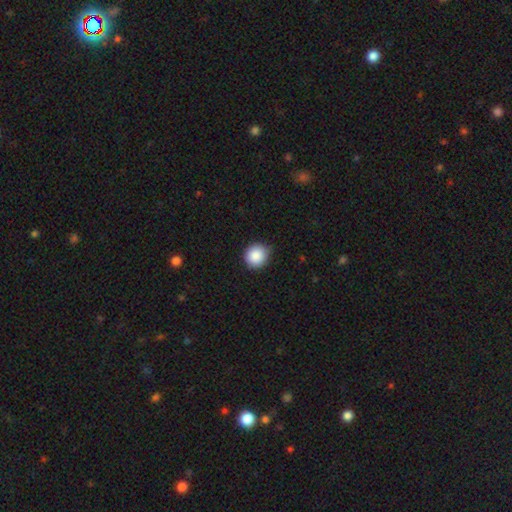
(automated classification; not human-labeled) smooth-or-featured: smooth: 88% | star or artifact: 8% | featured or disk: 3%
  how-rounded: round: 90% | in between: 9% | cigar-shaped: 1%
  merging: none: 83% | minor disturbance: 14% | major disturbance: 2% | merger: 1%